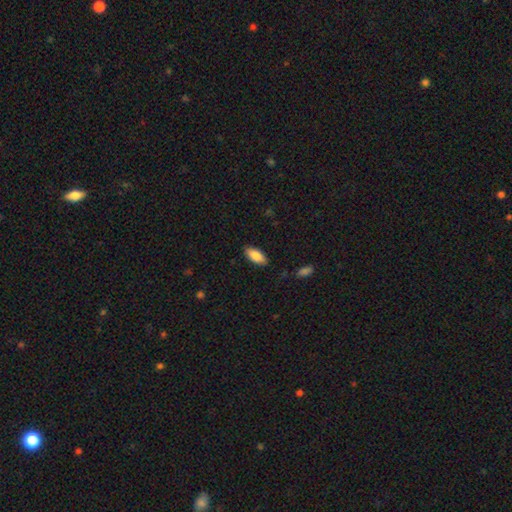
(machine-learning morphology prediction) The model was most divided on "how rounded": in between: 86%, cigar-shaped: 12%, round: 2%. More confident: merging — none (87%); smooth or featured — smooth (85%).